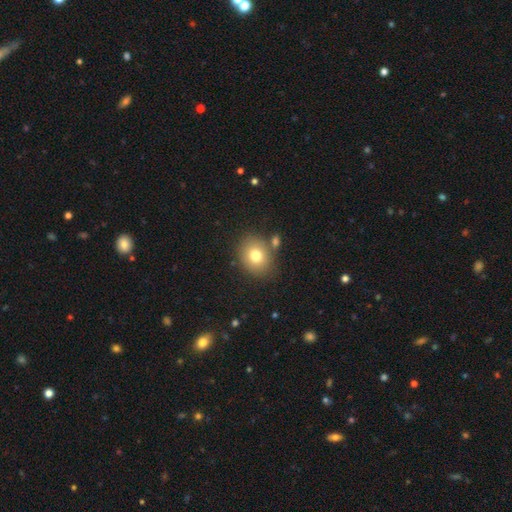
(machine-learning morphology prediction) A smooth galaxy with no disk features (77%) that is round (58%). Merging: none (75%).